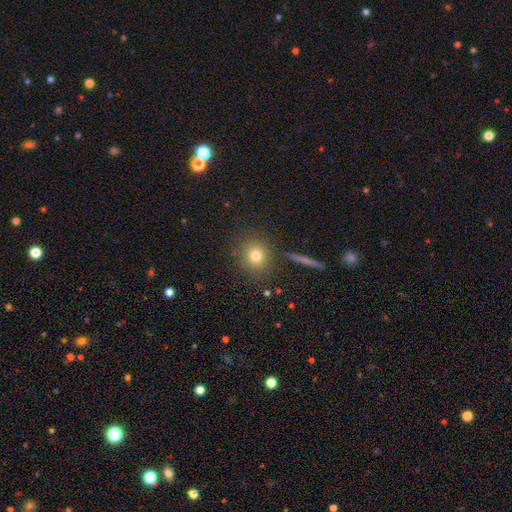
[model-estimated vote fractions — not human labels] Morphology: type=smooth (77%); roundness=round (87%); merging=none (86%).